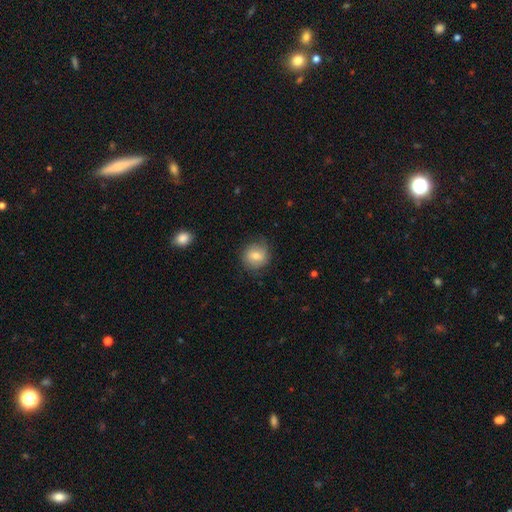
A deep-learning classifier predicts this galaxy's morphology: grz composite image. It shows a smooth galaxy with no disk features (71%) that is round (84%). Merging: none (78%).